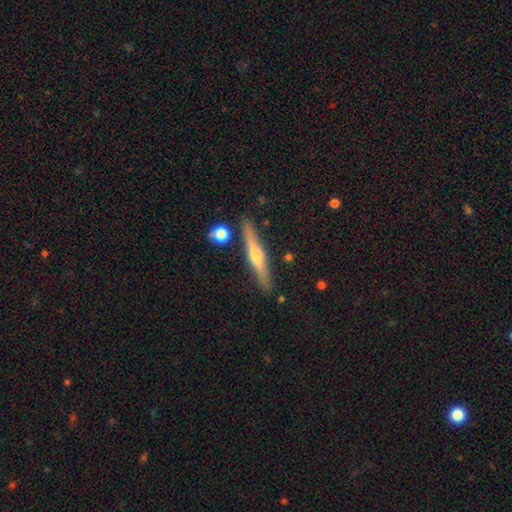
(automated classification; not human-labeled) Q: Smooth or featured?
A: featured or disk (61%); runner-up: smooth (32%)
Q: Edge-on disk?
A: yes (96%); runner-up: no (4%)
Q: Edge-on bulge?
A: rounded (80%); runner-up: none (12%)
Q: Merging?
A: none (87%); runner-up: minor disturbance (9%)